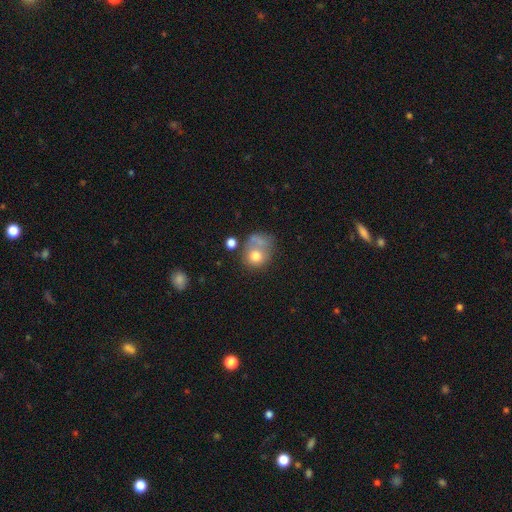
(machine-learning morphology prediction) Q: Smooth or featured?
A: smooth (70%); runner-up: featured or disk (19%)
Q: How rounded?
A: round (68%); runner-up: in between (31%)
Q: Merging?
A: none (31%); runner-up: merger (29%)